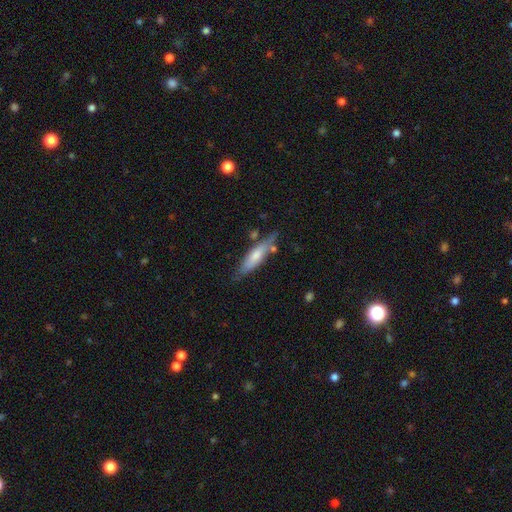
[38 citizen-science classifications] A featured or disk galaxy (55%) viewed edge-on (90%) with a rounded central bulge (58%). Merging: none (68%).